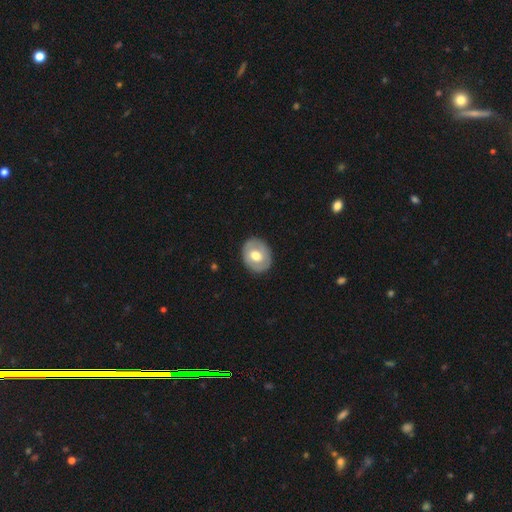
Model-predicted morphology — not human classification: The model was most divided on "how rounded": round: 55%, in between: 44%, cigar-shaped: 1%. More confident: merging — none (86%); smooth or featured — smooth (56%).